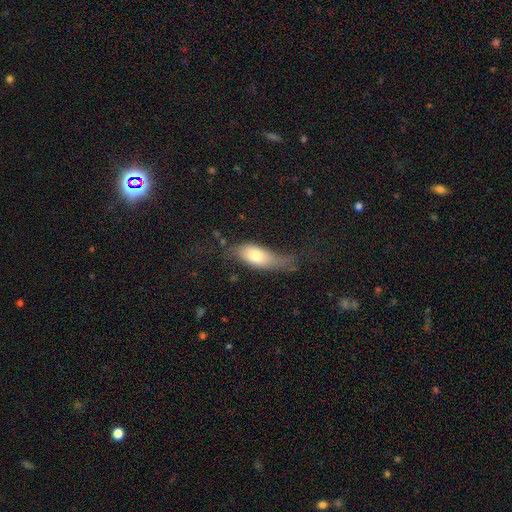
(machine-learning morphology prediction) This is likely a smooth galaxy (71%). How rounded: clearly in between (82%). Merging: marginally minor disturbance (35%, tied with none).